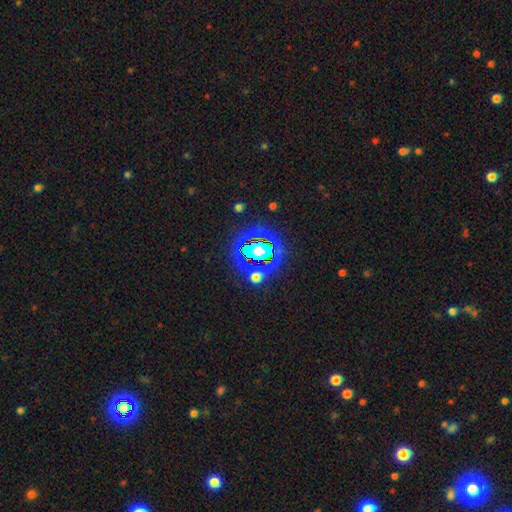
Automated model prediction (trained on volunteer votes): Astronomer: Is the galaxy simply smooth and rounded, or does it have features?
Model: star or artifact — 82%.